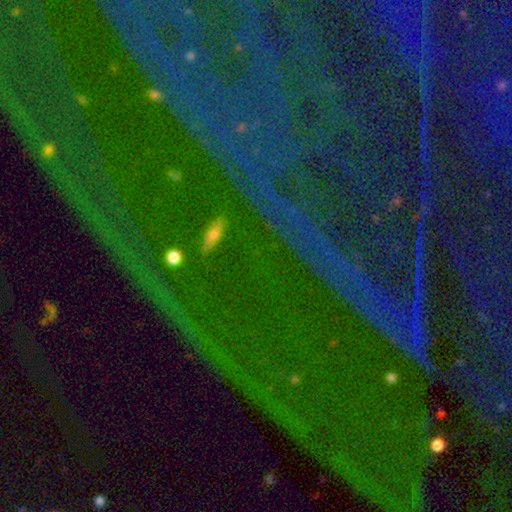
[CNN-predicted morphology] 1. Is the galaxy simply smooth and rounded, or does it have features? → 84% star or artifact, 9% featured or disk, 7% smooth.